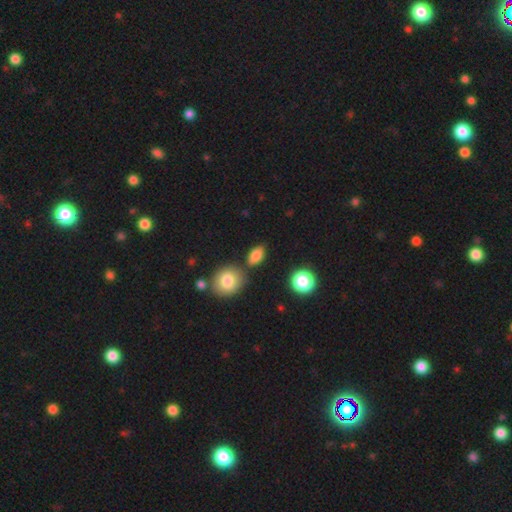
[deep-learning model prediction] smooth 83%, star or artifact 9%, featured or disk 8%. Down the decision tree: how rounded — in between (80%); merging — none (75%).